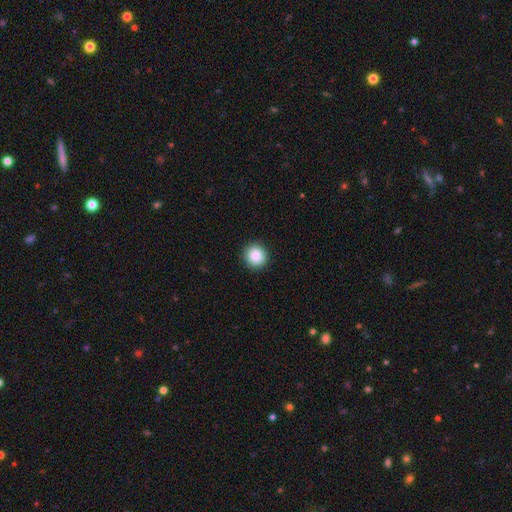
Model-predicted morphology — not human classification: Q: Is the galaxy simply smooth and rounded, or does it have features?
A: smooth — 87%.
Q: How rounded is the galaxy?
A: round — 94%.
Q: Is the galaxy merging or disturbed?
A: none — 92%.